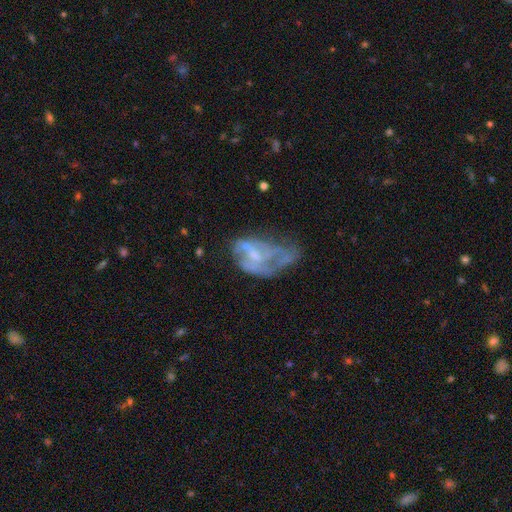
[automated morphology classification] The model was most divided on "bulge size": none: 38%, small: 34%, moderate: 24%, large: 3%, dominant: 1%. Remaining: edge-on disk — no (97%); bar — no (69%); spiral arms — no (68%); smooth or featured — featured or disk (63%); merging — major disturbance (40%).